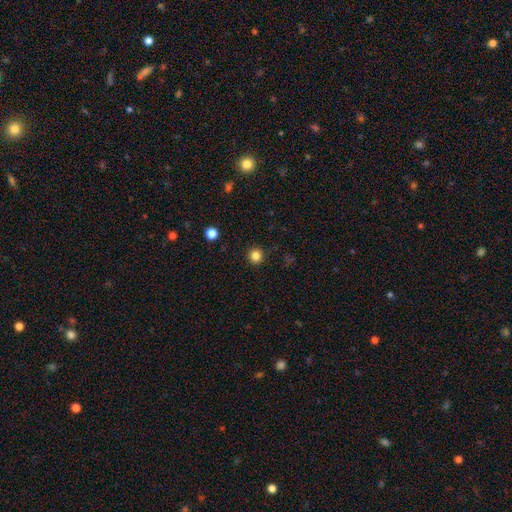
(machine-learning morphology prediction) type=smooth (84%); roundness=round (94%); merging=none (92%).